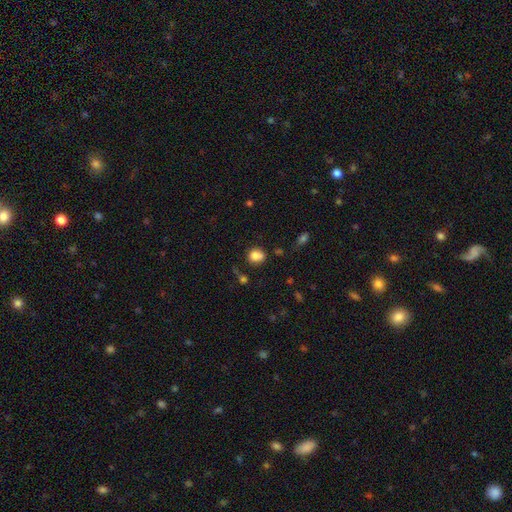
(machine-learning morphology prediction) A smooth galaxy with no disk features (81%) that is round (71%).

Vote fractions:
- Smooth or featured? smooth: 81% / star or artifact: 11% / featured or disk: 7%
- How rounded? round: 71% / in between: 28% / cigar-shaped: 1%
- Merging? none: 64% / minor disturbance: 20% / merger: 9% / major disturbance: 7%